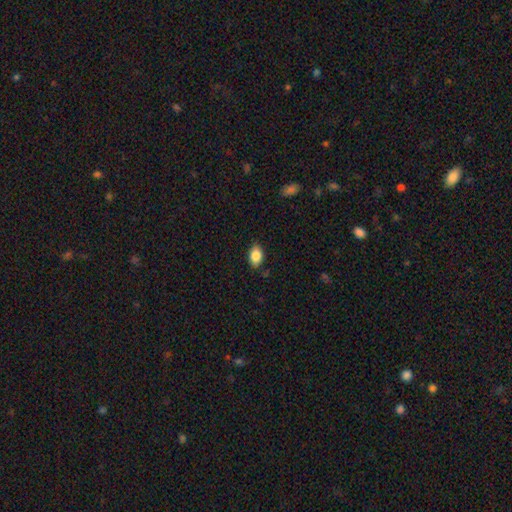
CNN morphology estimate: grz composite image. It shows a smooth galaxy with no disk features (85%) that is in between round and cigar-shaped (88%). Merging: none (83%).